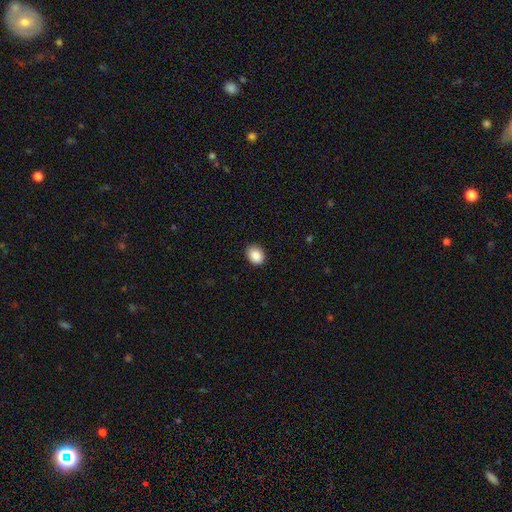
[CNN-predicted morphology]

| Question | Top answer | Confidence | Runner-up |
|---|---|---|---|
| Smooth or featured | smooth | 89% | star or artifact (8%) |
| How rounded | in between | 58% | round (41%) |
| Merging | none | 86% | minor disturbance (11%) |